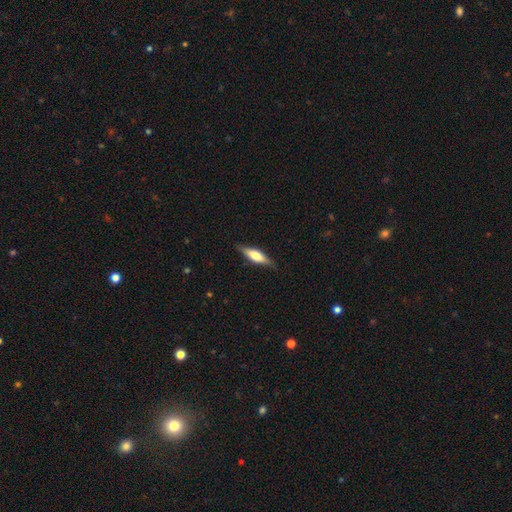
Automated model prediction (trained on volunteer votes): A smooth galaxy with no disk features (48%).

Vote fractions:
- Smooth or featured? smooth: 48% / featured or disk: 46% / star or artifact: 6%
- Merging? none: 83% / minor disturbance: 13% / major disturbance: 3% / merger: 1%